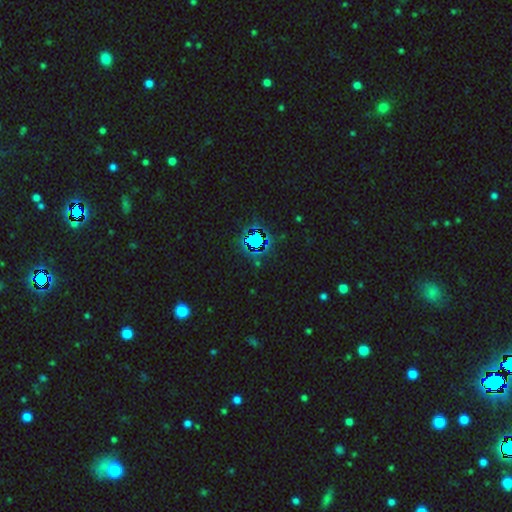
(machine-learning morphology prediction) star or artifact 78%, smooth 13%, featured or disk 9%.